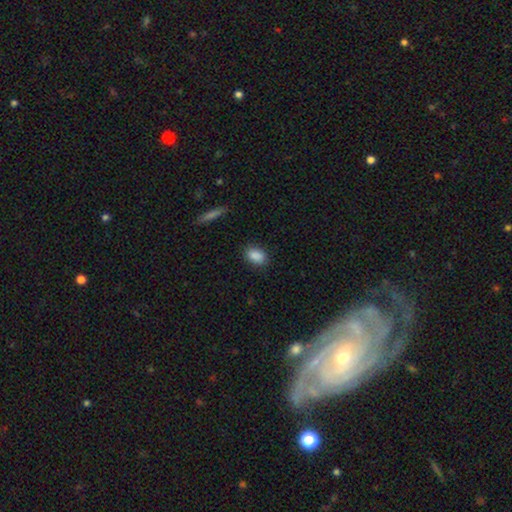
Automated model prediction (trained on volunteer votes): This appears to be a smooth galaxy with no disk features (89%) that is in between round and cigar-shaped (83%). Merging: none (85%).